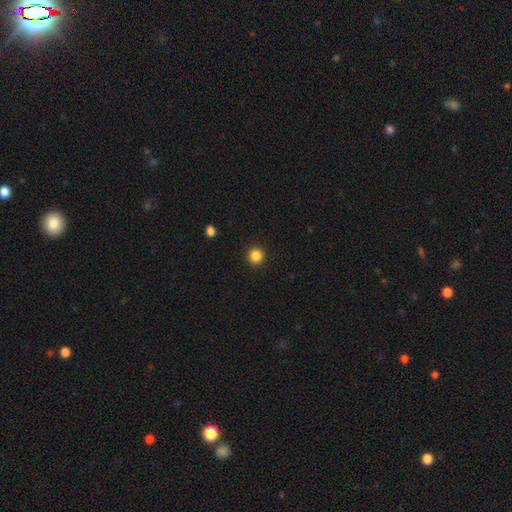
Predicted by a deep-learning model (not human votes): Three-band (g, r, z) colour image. It shows a smooth galaxy with no disk features (85%) that is round (95%). Merging: none (93%).